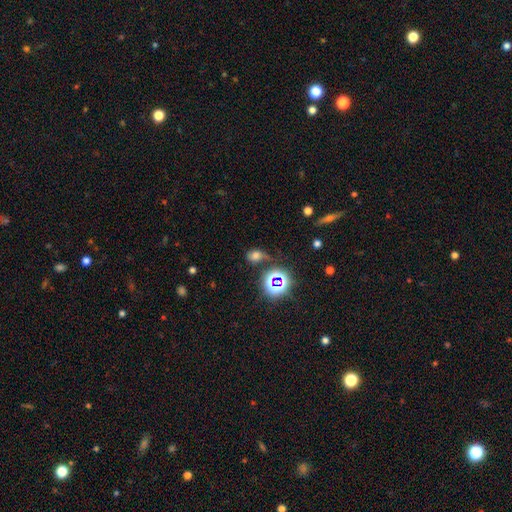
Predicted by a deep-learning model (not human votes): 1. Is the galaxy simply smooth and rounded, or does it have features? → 56% smooth, 32% star or artifact, 13% featured or disk.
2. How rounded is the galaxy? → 64% in between, 34% round, 2% cigar-shaped.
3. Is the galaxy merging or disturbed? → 51% none, 24% minor disturbance, 15% major disturbance, 9% merger.